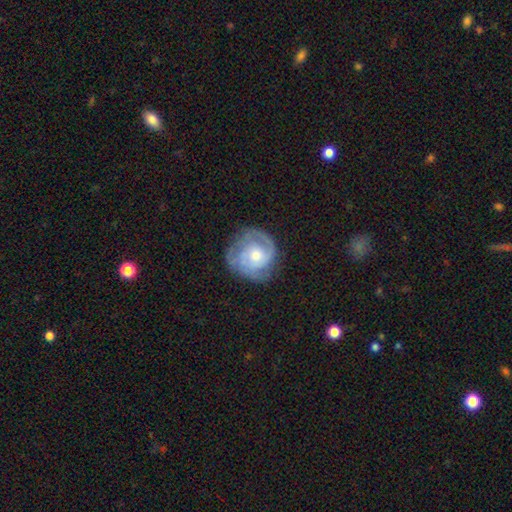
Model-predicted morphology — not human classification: smooth-or-featured: featured or disk: 76% | smooth: 18% | star or artifact: 6%
  disk-edge-on: no: 97% | yes: 3%
    bar: no: 75% | weak: 21% | strong: 4%
    has-spiral-arms: yes: 91% | no: 9%
      spiral-winding: tight: 60% | medium: 30% | loose: 9%
      spiral-arm-count: 2: 38% | can't tell: 28% | 3: 18% | 1: 8% | 4: 4% | more than 4: 4%
    bulge-size: moderate: 54% | small: 40% | large: 4% | none: 2% | dominant: 1%
  merging: none: 70% | minor disturbance: 20% | major disturbance: 9% | merger: 1%